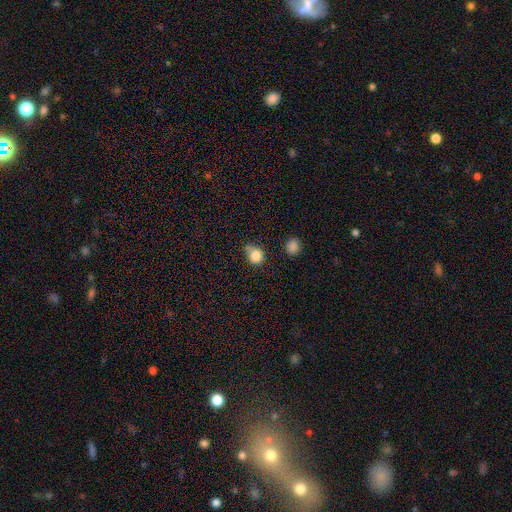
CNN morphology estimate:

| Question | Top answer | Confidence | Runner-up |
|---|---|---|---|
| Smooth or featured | smooth | 84% | star or artifact (10%) |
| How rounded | round | 83% | in between (16%) |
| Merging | none | 53% | minor disturbance (30%) |